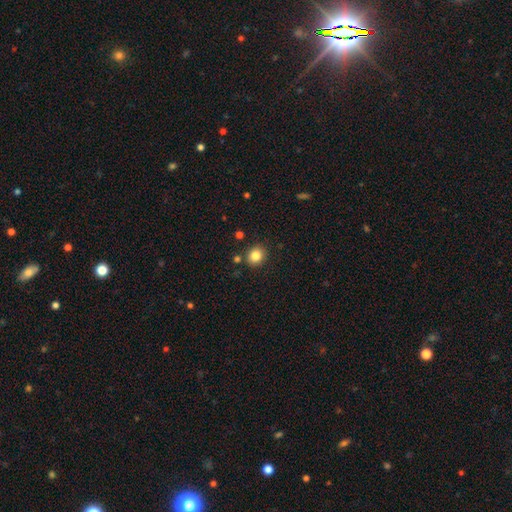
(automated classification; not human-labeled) Smooth or featured? Predicted: smooth (p=0.84). How rounded? Predicted: round (p=0.73). Merging? Predicted: none (p=0.85).